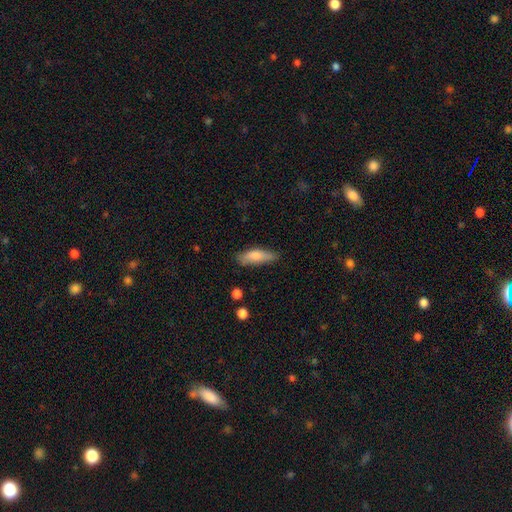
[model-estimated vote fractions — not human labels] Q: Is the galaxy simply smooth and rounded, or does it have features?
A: smooth — 76%.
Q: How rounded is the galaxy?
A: in between — 49%, tied with cigar-shaped.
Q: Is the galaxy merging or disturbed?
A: none — 72%.